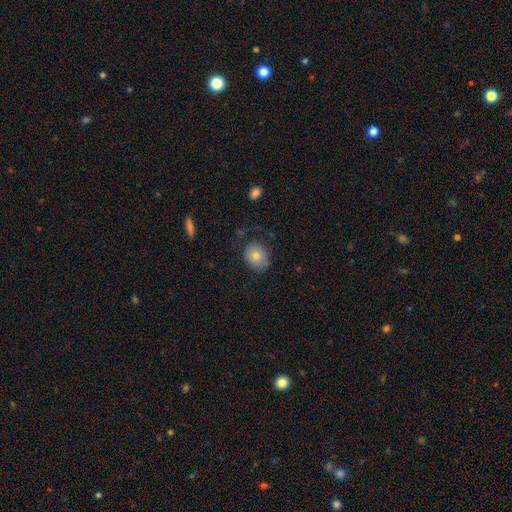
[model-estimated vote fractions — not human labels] Morphology: type=smooth (73%); roundness=round (55%); merging=none (65%).